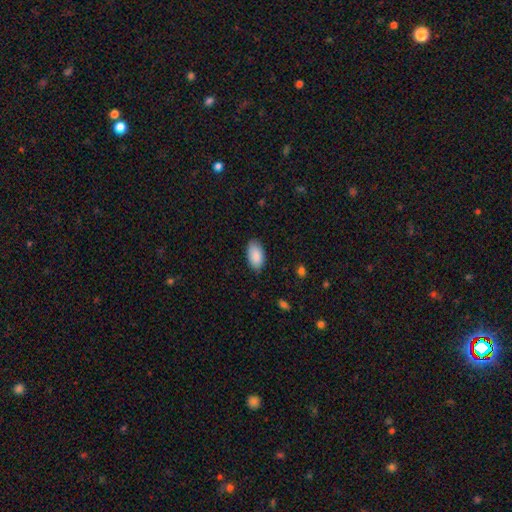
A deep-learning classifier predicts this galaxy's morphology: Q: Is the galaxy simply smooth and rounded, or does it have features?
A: smooth — 89%.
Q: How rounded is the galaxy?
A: in between — 95%.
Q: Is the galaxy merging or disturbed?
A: none — 82%.